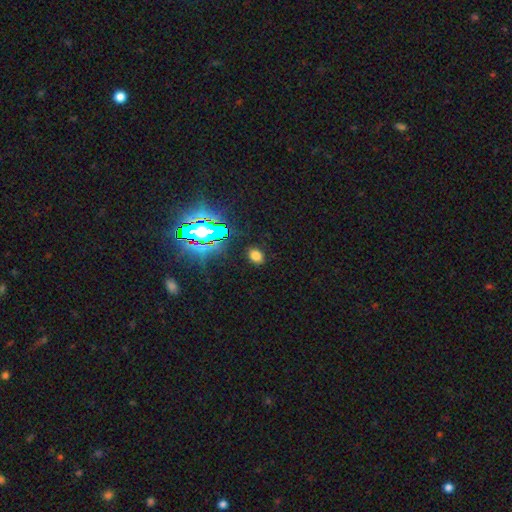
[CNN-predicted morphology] smooth 67%, star or artifact 25%, featured or disk 8%. Down the decision tree: how rounded — in between (72%); merging — none (86%).